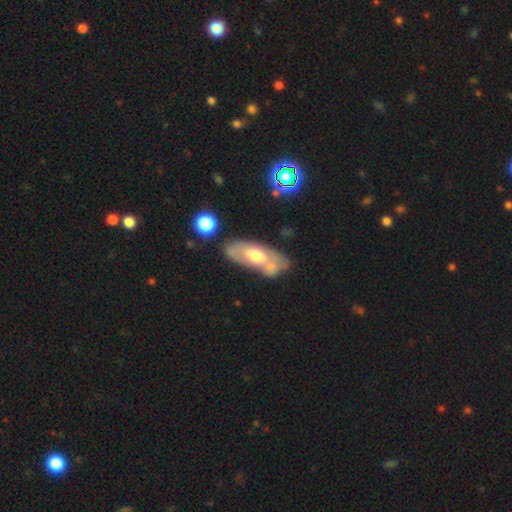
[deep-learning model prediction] Q: Smooth or featured?
A: featured or disk (56%); runner-up: smooth (37%)
Q: Edge-on disk?
A: no (80%); runner-up: yes (20%)
Q: Merging?
A: none (54%); runner-up: minor disturbance (20%)